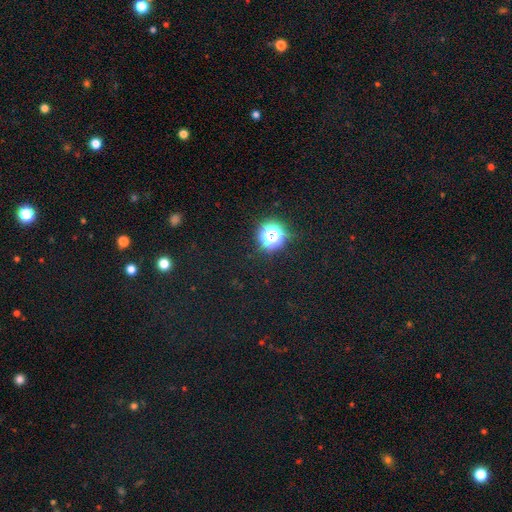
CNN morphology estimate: This appears to be a star or artifact, not a galaxy (67%).